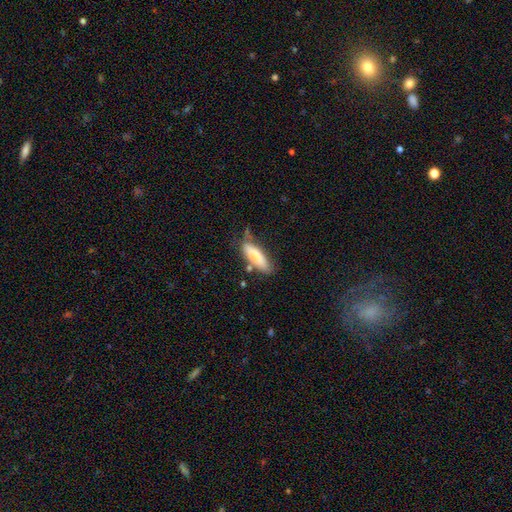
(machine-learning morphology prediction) smooth_or_featured: smooth (p=0.75) [alt: featured or disk p=0.18]
how_rounded: cigar-shaped (p=0.51) [alt: in between p=0.47]
merging: none (p=0.57) [alt: minor disturbance p=0.27]